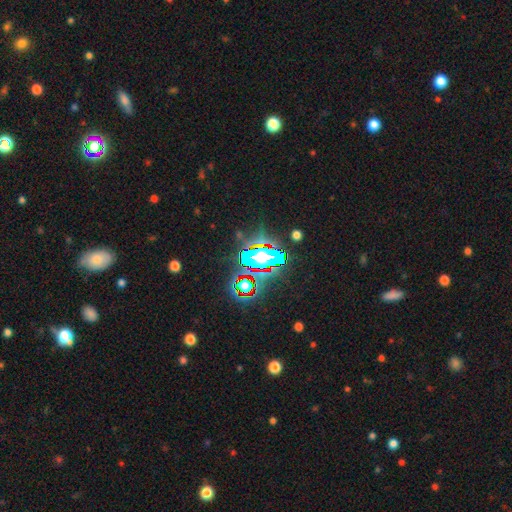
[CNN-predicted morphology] Smooth or featured? Predicted: star or artifact (p=0.74).